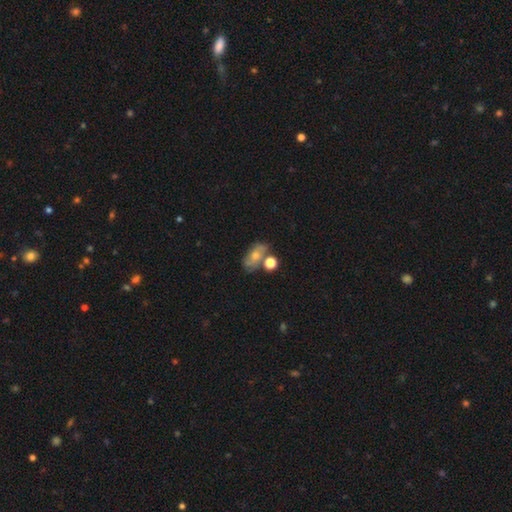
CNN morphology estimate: The model was most divided on "smooth or featured": smooth: 48%, featured or disk: 39%, star or artifact: 13%. Remaining: merging — none (48%).